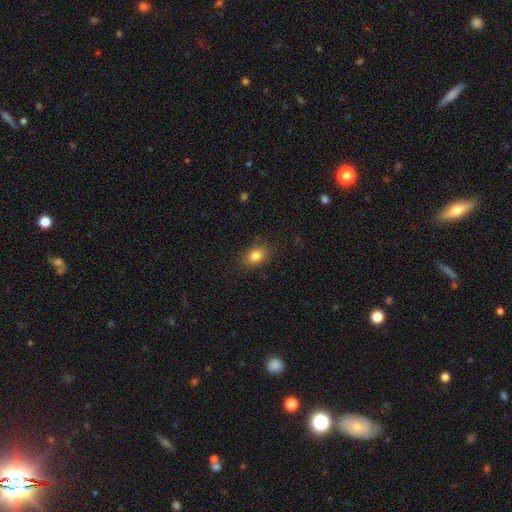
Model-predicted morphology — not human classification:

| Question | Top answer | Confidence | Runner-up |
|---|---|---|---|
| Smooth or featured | smooth | 83% | star or artifact (9%) |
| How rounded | in between | 79% | round (20%) |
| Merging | none | 84% | minor disturbance (12%) |